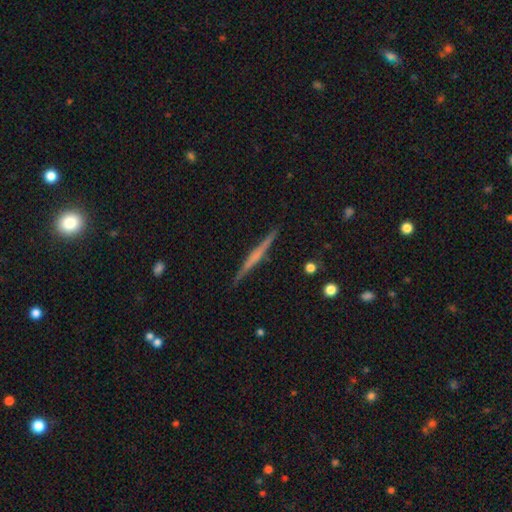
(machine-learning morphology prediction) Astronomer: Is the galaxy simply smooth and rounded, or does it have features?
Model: featured or disk — 66%.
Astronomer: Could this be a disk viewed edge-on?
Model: yes — 98%.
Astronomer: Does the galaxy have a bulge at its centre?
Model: none — 53% (runner-up: rounded, 31%).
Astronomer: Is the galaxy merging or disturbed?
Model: none — 91%.